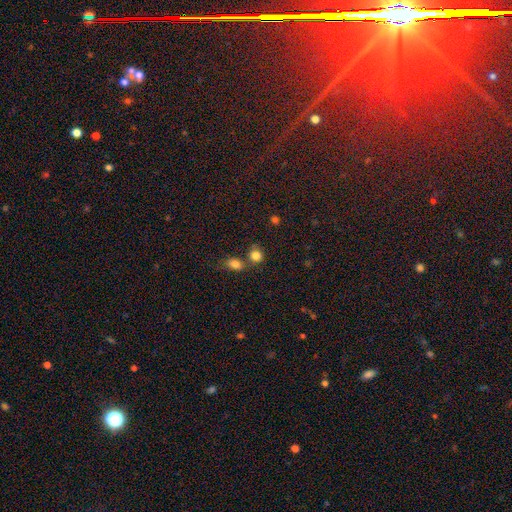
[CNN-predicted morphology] A smooth galaxy with no disk features (83%) that is round (71%).

Vote fractions:
- Smooth or featured? smooth: 83% / star or artifact: 11% / featured or disk: 6%
- How rounded? round: 71% / in between: 27% / cigar-shaped: 1%
- Merging? none: 53% / merger: 31% / minor disturbance: 11% / major disturbance: 4%